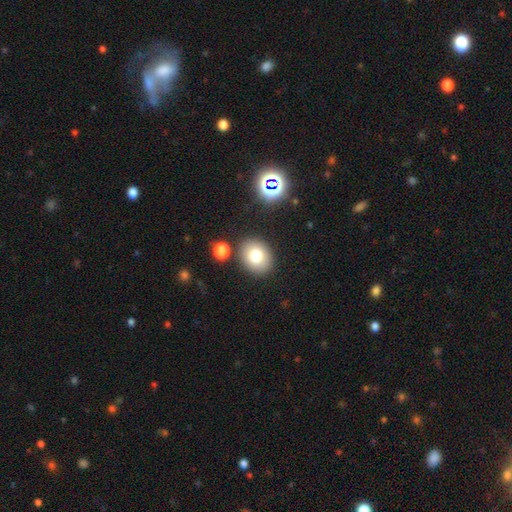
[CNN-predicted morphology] type=smooth (76%); roundness=round (55%); merging=none (85%).